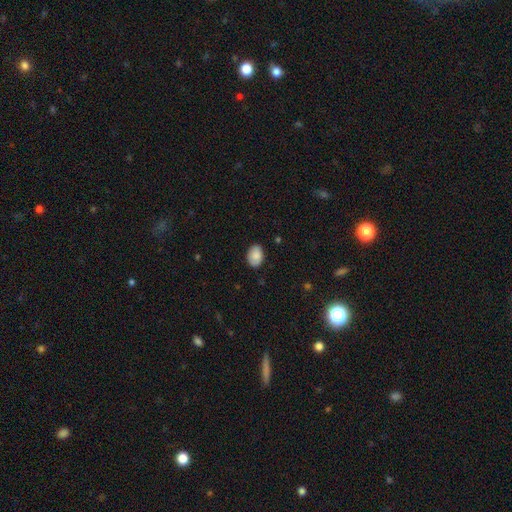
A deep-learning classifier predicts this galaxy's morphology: Smooth or featured: smooth — 84% (featured or disk — 8%)
How rounded: in between — 80% (round — 19%)
Merging: none — 83% (minor disturbance — 13%)